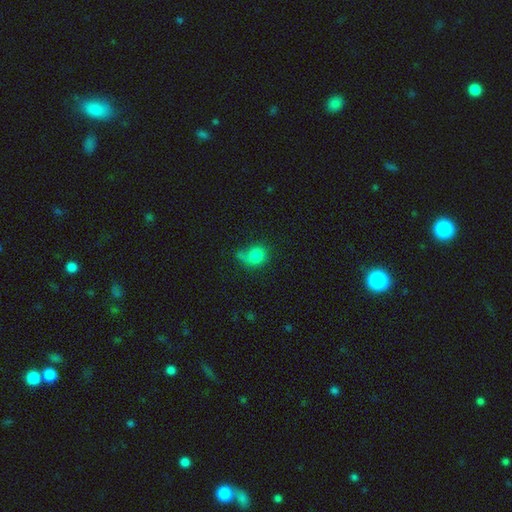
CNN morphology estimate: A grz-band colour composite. It shows a smooth galaxy with no disk features (81%) that is round (67%). Merging: none (43%).